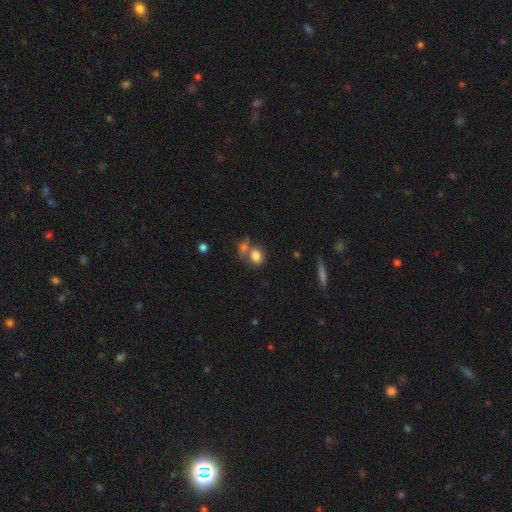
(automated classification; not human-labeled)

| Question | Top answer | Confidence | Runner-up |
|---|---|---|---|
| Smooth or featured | smooth | 81% | star or artifact (10%) |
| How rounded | round | 52% | in between (47%) |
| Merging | none | 43% | merger (40%) |